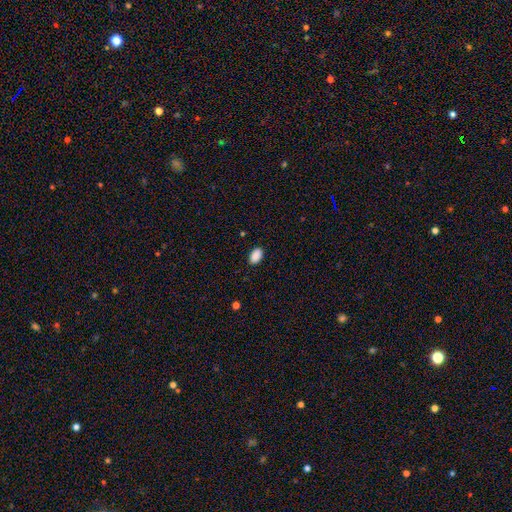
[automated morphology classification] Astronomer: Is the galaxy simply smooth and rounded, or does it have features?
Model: smooth — 90%.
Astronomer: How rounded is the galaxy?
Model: in between — 92%.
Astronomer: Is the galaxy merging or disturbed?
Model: none — 87%.